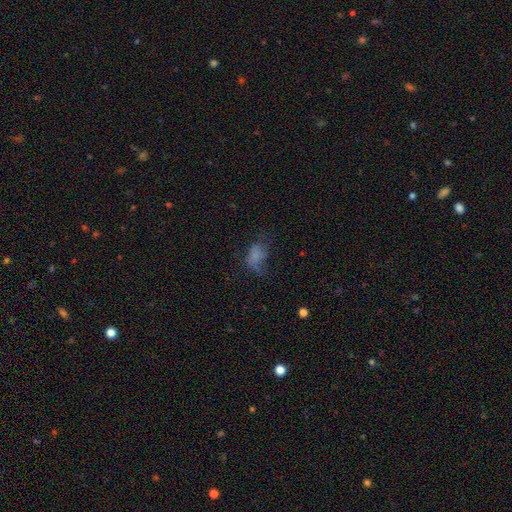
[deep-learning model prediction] Smooth or featured? smooth (61%)
How rounded? in between (84%)
Merging? major disturbance (36%)